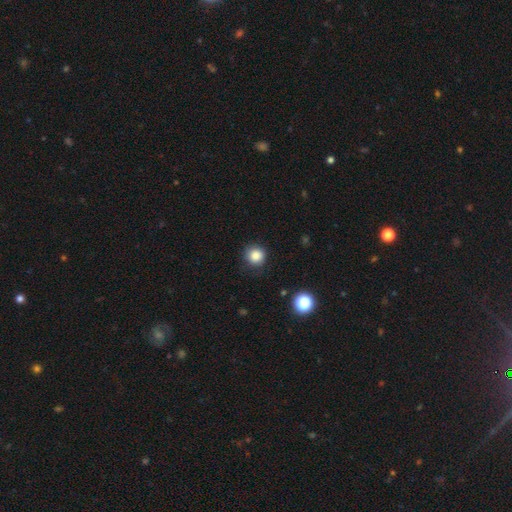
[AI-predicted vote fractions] smooth_or_featured: smooth (p=0.84) [alt: star or artifact p=0.12]
how_rounded: round (p=0.92) [alt: in between p=0.07]
merging: none (p=0.84) [alt: minor disturbance p=0.12]